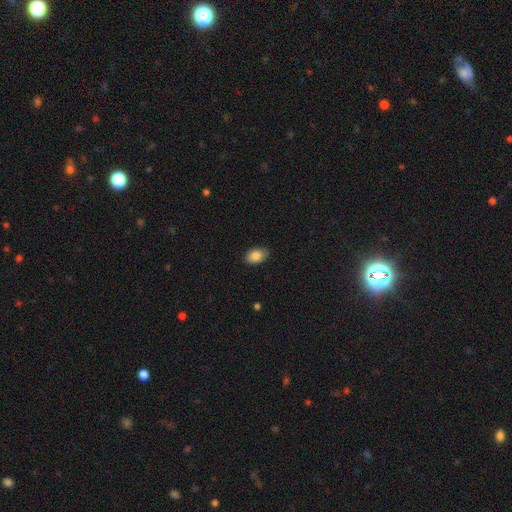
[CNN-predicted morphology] smooth-or-featured: smooth: 86% | star or artifact: 7% | featured or disk: 7%
  how-rounded: in between: 88% | round: 11% | cigar-shaped: 1%
  merging: none: 84% | minor disturbance: 13% | major disturbance: 2% | merger: 1%